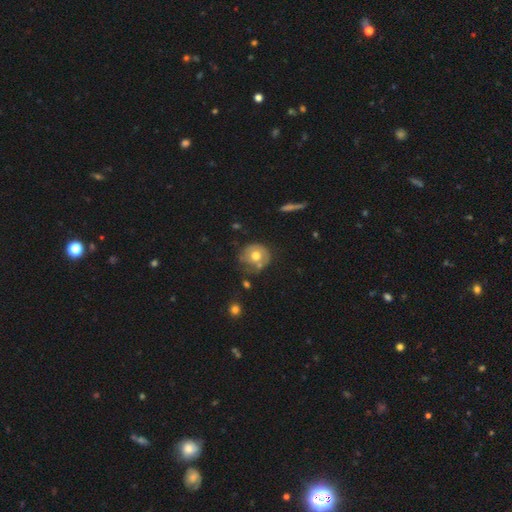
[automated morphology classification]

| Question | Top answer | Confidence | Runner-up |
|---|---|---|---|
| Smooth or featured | smooth | 56% | featured or disk (36%) |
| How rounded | round | 83% | in between (16%) |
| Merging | none | 57% | minor disturbance (24%) |